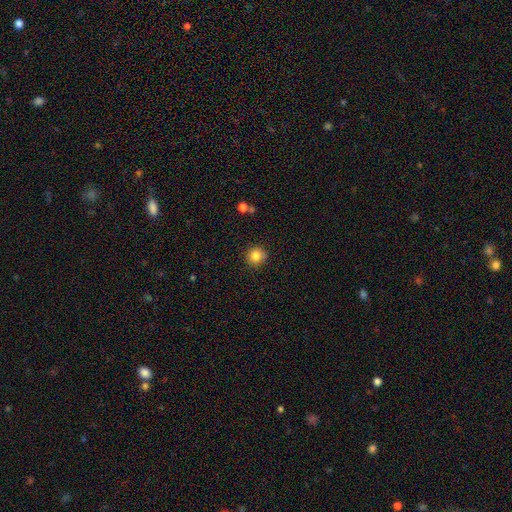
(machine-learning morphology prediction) A smooth galaxy with no disk features (84%) that is round (91%). Merging: none (87%).